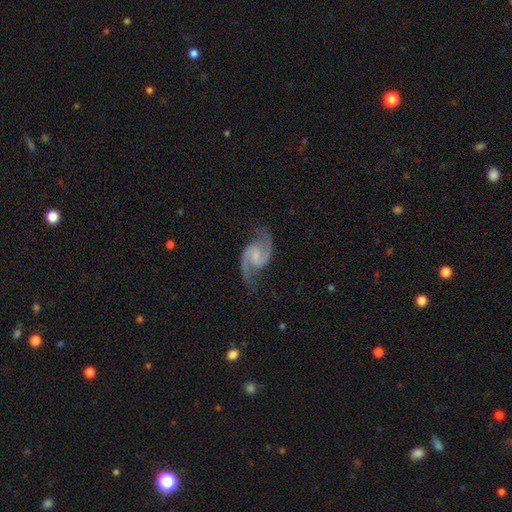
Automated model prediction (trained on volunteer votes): The model was most divided on "bar": weak: 50%, no: 38%, strong: 12%. More confident: edge-on disk — no (98%); spiral arms — yes (98%); spiral arm count — 2 (94%); smooth or featured — featured or disk (92%); merging — none (77%); bulge size — small (58%); spiral winding — medium (57%).